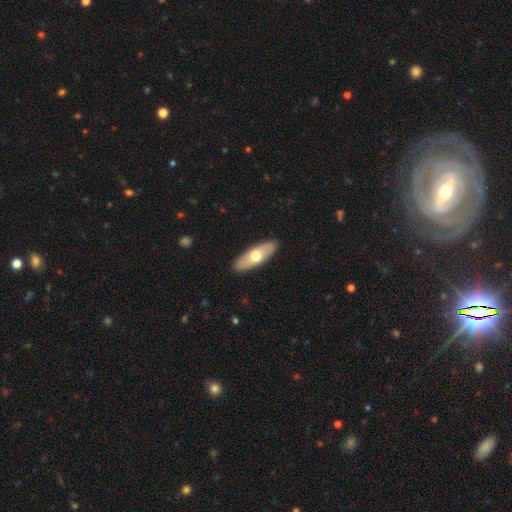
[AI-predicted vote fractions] A smooth galaxy with no disk features (61%) that is in between round and cigar-shaped (65%).

Vote fractions:
- Smooth or featured? smooth: 61% / featured or disk: 34% / star or artifact: 5%
- How rounded? in between: 65% / cigar-shaped: 33% / round: 3%
- Merging? none: 90% / minor disturbance: 8% / major disturbance: 2% / merger: 1%